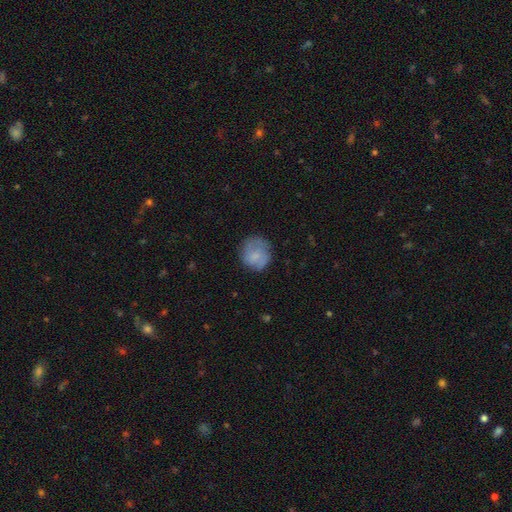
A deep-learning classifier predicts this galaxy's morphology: Smooth or featured? Predicted: smooth (p=0.68). How rounded? Predicted: round (p=0.87). Merging? Predicted: none (p=0.70).